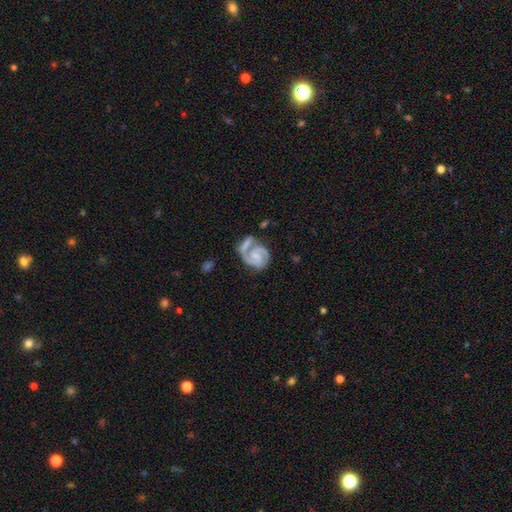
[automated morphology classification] This is clearly a featured or disk galaxy (88%). It is clearly not viewed edge-on (98%). Bar: possibly no (48%). Spiral arm pattern: clearly yes (97%). Spiral arm count: clearly 2 (82%). Spiral winding: possibly medium (47%). Central bulge: possibly small (47%). Merging: possibly none (46%).